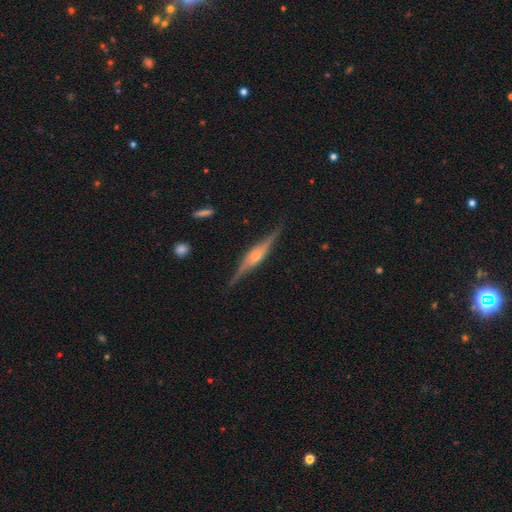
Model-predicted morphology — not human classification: smooth-or-featured: featured or disk: 82% | smooth: 12% | star or artifact: 6%
  disk-edge-on: yes: 97% | no: 3%
    edge-on-bulge: rounded: 64% | boxy: 30% | none: 7%
  merging: none: 84% | minor disturbance: 11% | major disturbance: 3% | merger: 1%